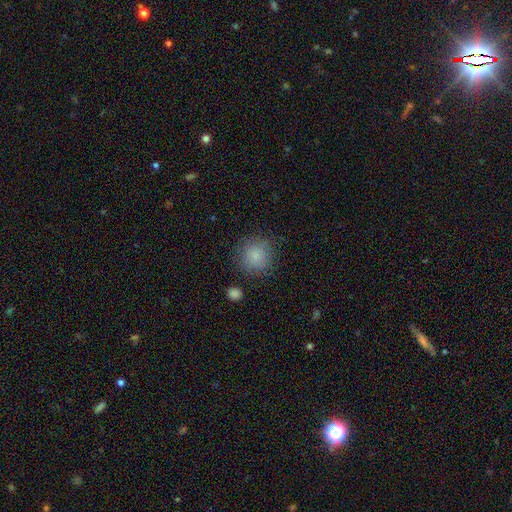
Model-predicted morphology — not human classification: smooth_or_featured: smooth (p=0.83) [alt: star or artifact p=0.09]
how_rounded: round (p=0.92) [alt: in between p=0.07]
merging: none (p=0.81) [alt: minor disturbance p=0.12]